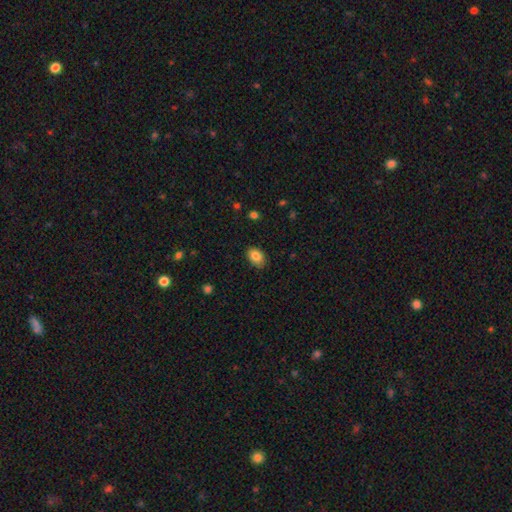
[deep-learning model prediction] Smooth or featured?
  - smooth: 86% *
  - star or artifact: 8%
  - featured or disk: 6%
How rounded?
  - in between: 83% *
  - round: 16%
  - cigar-shaped: 1%
Merging?
  - none: 84% *
  - minor disturbance: 12%
  - major disturbance: 2%
  - merger: 1%